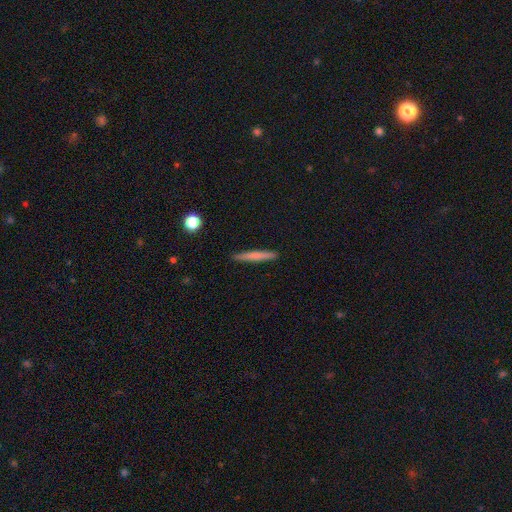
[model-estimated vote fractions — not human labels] The model was most divided on "smooth or featured": smooth: 67%, featured or disk: 27%, star or artifact: 6%. More confident: how rounded — cigar-shaped (95%); merging — none (90%).